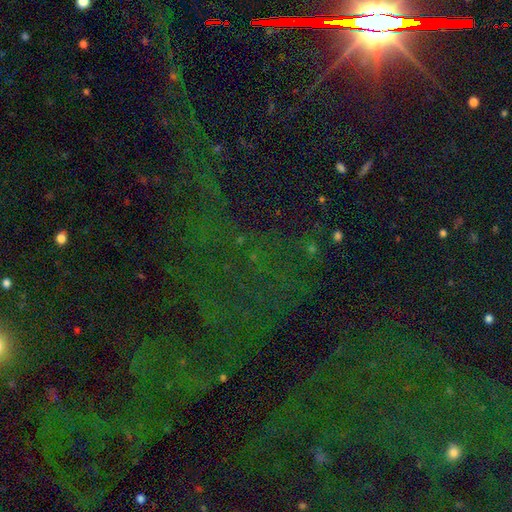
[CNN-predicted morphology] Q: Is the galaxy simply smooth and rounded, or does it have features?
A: star or artifact — 80%.